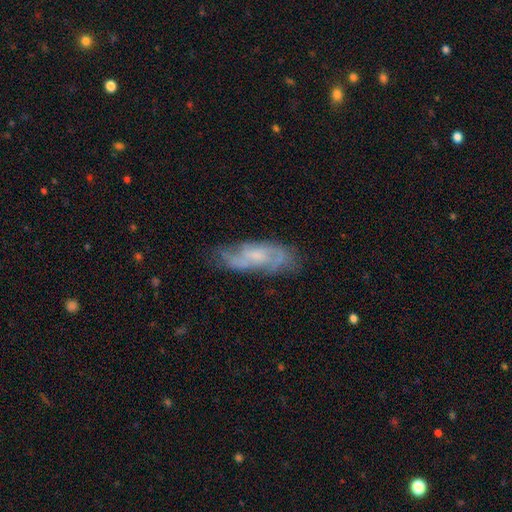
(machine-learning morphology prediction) A featured or disk galaxy (69%) with no bar (63%), spiral arms (84%) and a small central bulge (49%).

Vote fractions:
- Smooth or featured? featured or disk: 69% / smooth: 24% / star or artifact: 7%
- Edge-on disk? no: 85% / yes: 15%
- Bar? no: 63% / weak: 32% / strong: 5%
- Spiral arms? yes: 84% / no: 16%
- Bulge size? small: 49% / moderate: 31% / none: 17% / large: 3% / dominant: 1%
- Merging? none: 67% / minor disturbance: 23% / major disturbance: 8% / merger: 2%